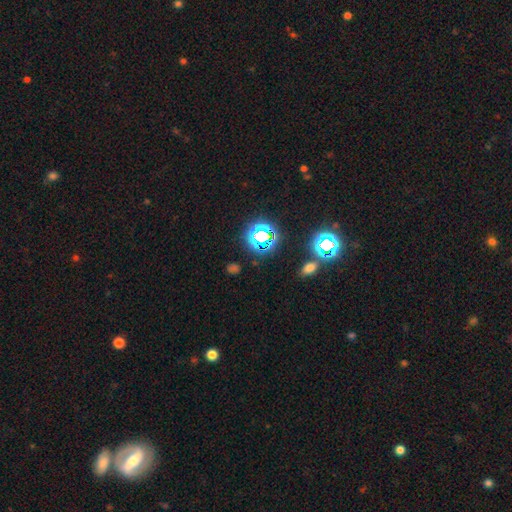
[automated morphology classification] type=star or artifact (70%).